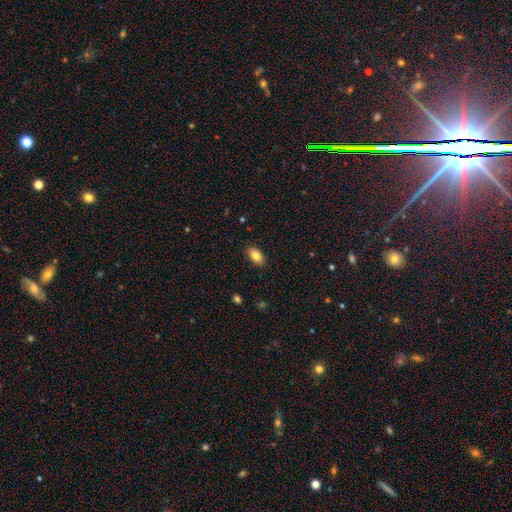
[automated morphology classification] Overall: smooth (85%). How rounded: in between (92%). Merging: none (88%).